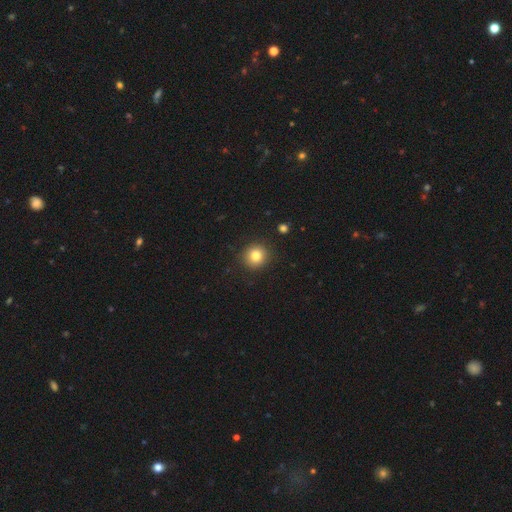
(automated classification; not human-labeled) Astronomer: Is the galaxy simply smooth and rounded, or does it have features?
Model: smooth — 81%.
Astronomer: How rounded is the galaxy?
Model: round — 91%.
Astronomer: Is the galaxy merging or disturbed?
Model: none — 90%.